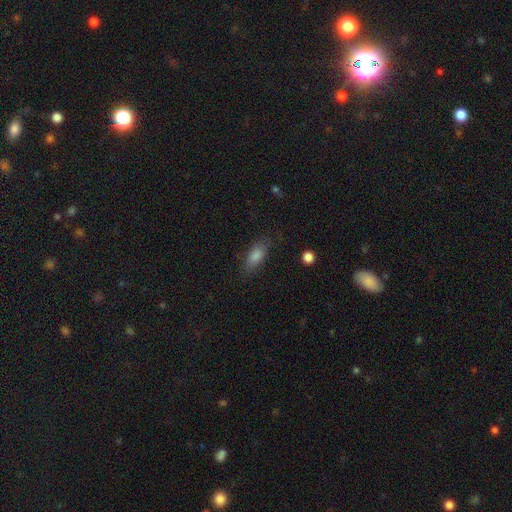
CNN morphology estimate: smooth 78%, featured or disk 12%, star or artifact 10%. Down the decision tree: how rounded — in between (75%); merging — none (79%).